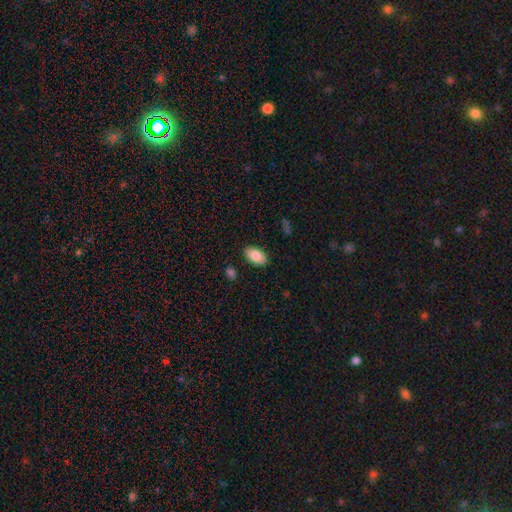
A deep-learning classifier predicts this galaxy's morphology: smooth-or-featured: smooth: 86% | featured or disk: 7% | star or artifact: 7%
  how-rounded: in between: 94% | round: 4% | cigar-shaped: 2%
  merging: none: 87% | minor disturbance: 9% | major disturbance: 2% | merger: 1%